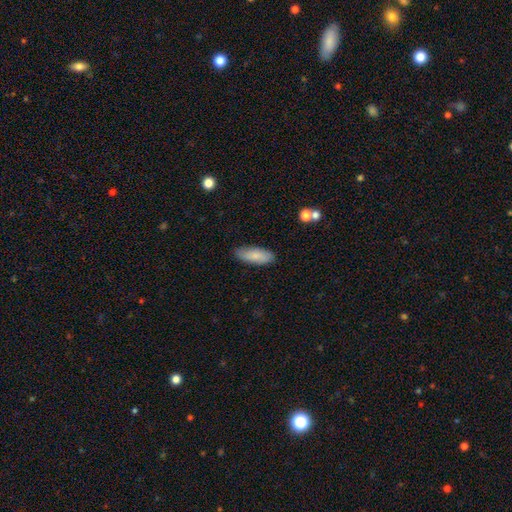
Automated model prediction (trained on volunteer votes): Morphology: type=smooth (83%); roundness=in between (72%); merging=none (84%).